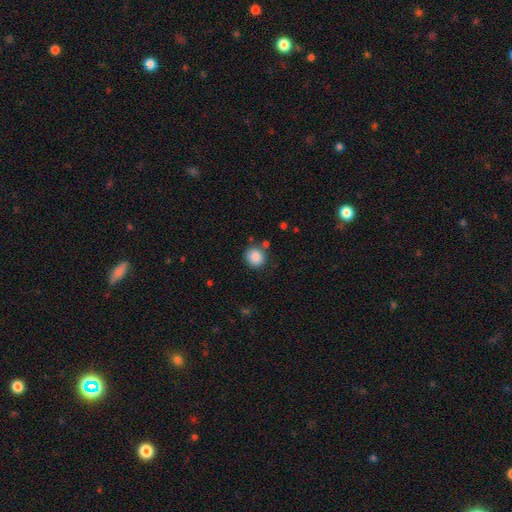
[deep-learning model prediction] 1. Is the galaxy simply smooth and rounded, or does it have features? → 87% smooth, 9% star or artifact, 4% featured or disk.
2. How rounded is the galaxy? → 87% round, 13% in between, 1% cigar-shaped.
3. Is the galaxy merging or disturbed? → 80% none, 10% minor disturbance, 6% merger, 3% major disturbance.